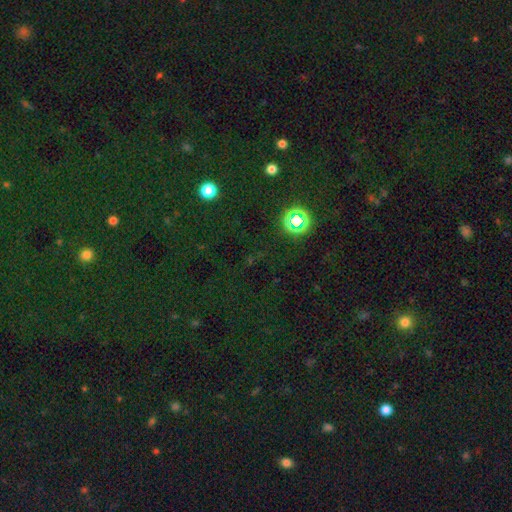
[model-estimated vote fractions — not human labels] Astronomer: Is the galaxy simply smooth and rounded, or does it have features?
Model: star or artifact — 70%.